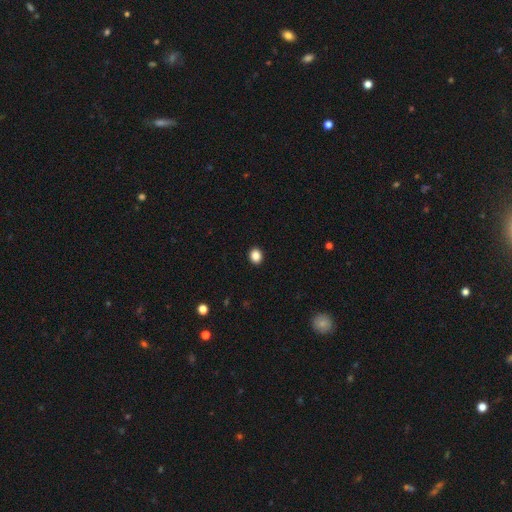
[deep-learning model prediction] A smooth galaxy with no disk features (87%) that is round (62%). Merging: none (93%).